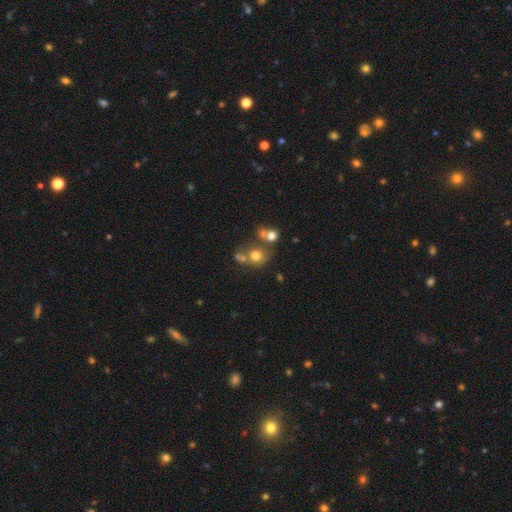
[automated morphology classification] Q: Smooth or featured?
A: smooth (69%); runner-up: star or artifact (16%)
Q: How rounded?
A: round (82%); runner-up: in between (17%)
Q: Merging?
A: none (51%); runner-up: merger (32%)